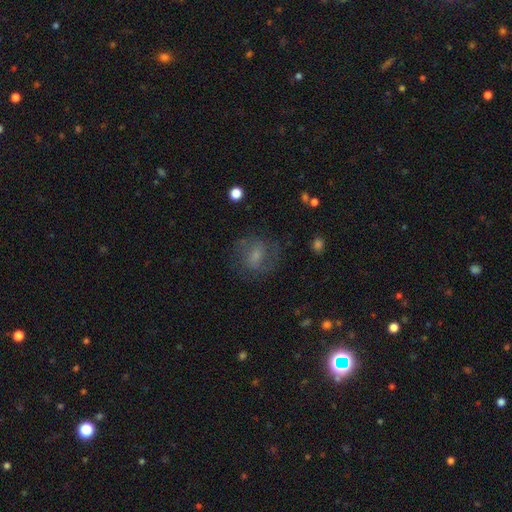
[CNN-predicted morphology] Smooth or featured: featured or disk — 48% (smooth — 40%)
Merging: none — 70% (minor disturbance — 16%)